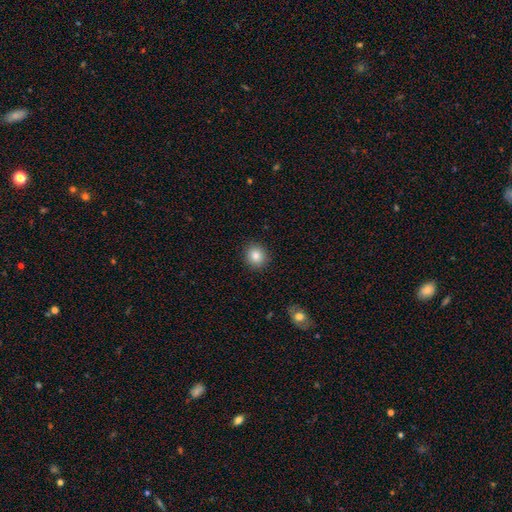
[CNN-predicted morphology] Smooth or featured: smooth — 84% (star or artifact — 10%)
How rounded: round — 86% (in between — 13%)
Merging: none — 91% (minor disturbance — 6%)